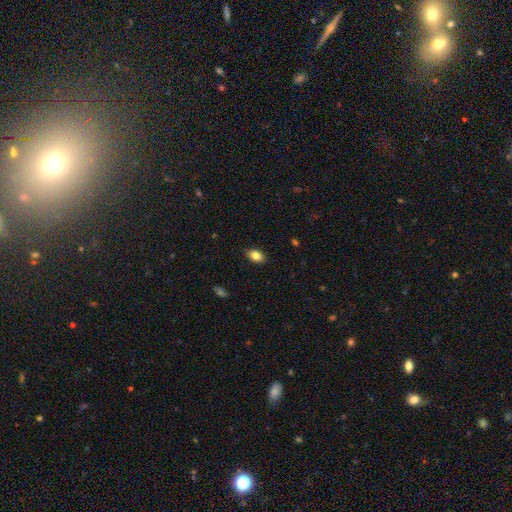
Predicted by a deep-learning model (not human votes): Smooth or featured? smooth (83%)
How rounded? in between (85%)
Merging? none (88%)